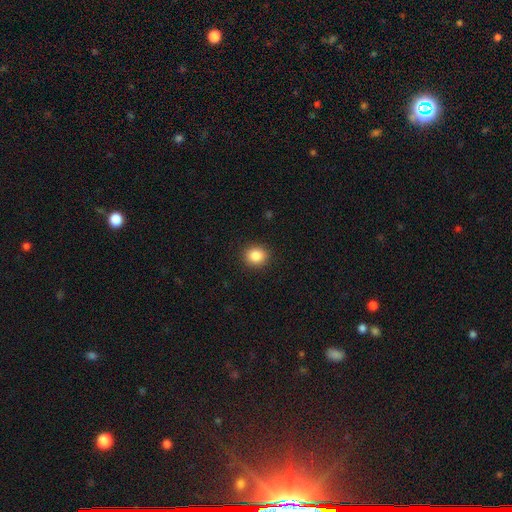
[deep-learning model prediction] A smooth galaxy with no disk features (86%) that is round (81%). Merging: none (91%).